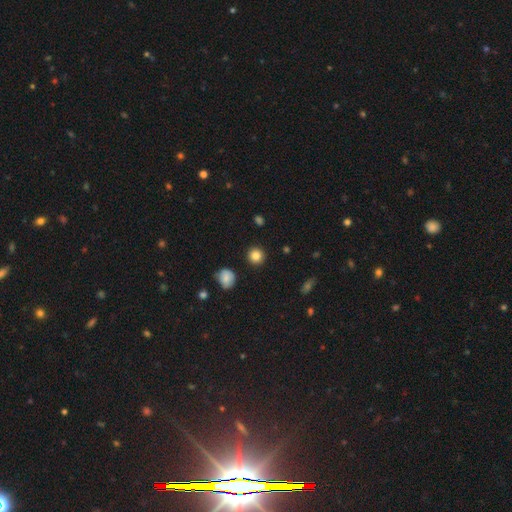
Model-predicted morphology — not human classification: Smooth or featured? smooth (85%)
How rounded? round (93%)
Merging? none (91%)